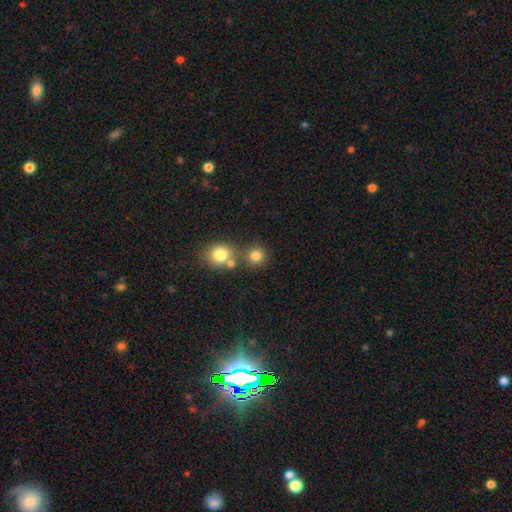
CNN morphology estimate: Q: Smooth or featured?
A: smooth (81%); runner-up: star or artifact (13%)
Q: How rounded?
A: round (89%); runner-up: in between (10%)
Q: Merging?
A: none (66%); runner-up: merger (23%)